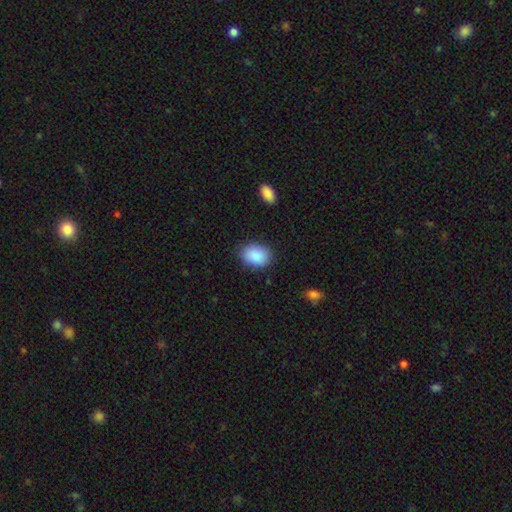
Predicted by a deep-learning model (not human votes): A smooth galaxy with no disk features (89%) that is in between round and cigar-shaped (76%). Merging: none (84%).